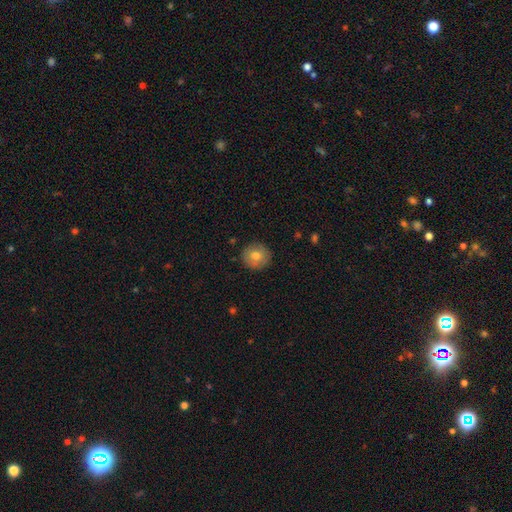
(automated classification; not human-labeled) Overall: smooth (74%). How rounded: round (94%). Merging: none (89%).